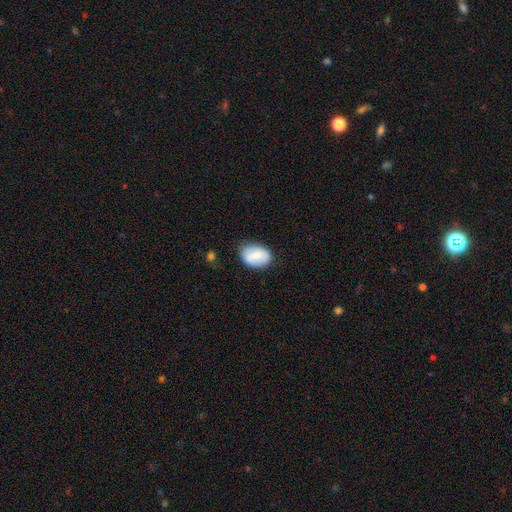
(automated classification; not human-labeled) smooth 70%, featured or disk 23%, star or artifact 7%. Down the decision tree: how rounded — in between (81%); merging — none (75%).